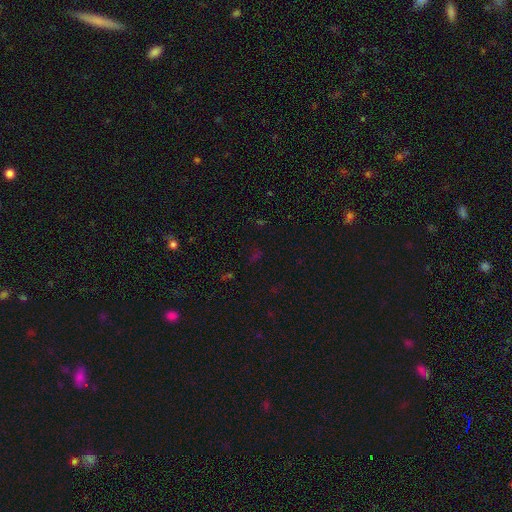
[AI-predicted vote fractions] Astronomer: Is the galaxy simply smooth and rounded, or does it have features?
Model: star or artifact — 61%.